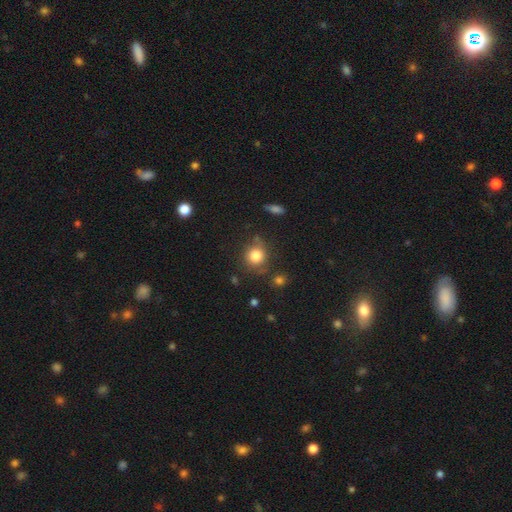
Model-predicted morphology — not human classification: Smooth or featured?
  - smooth: 83% *
  - star or artifact: 10%
  - featured or disk: 7%
How rounded?
  - round: 85% *
  - in between: 14%
  - cigar-shaped: 1%
Merging?
  - none: 75% *
  - minor disturbance: 15%
  - merger: 6%
  - major disturbance: 5%